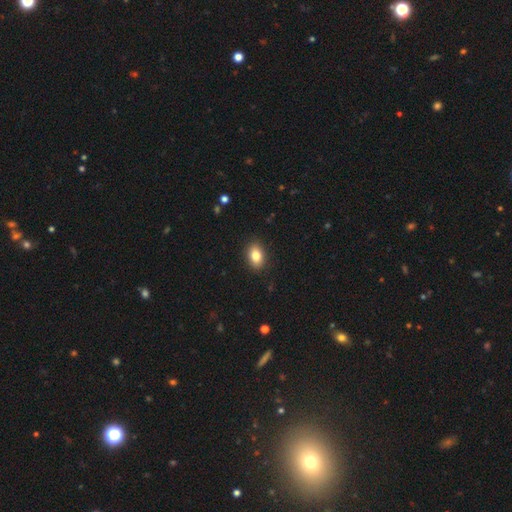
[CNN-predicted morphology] This appears to be a smooth galaxy with no disk features (83%) that is in between round and cigar-shaped (83%). Merging: none (89%).